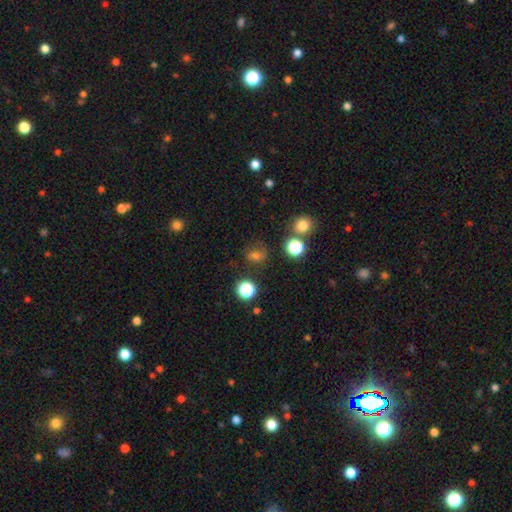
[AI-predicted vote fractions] This is possibly a smooth galaxy (58%). How rounded: likely round (65%). Merging: likely none (69%).